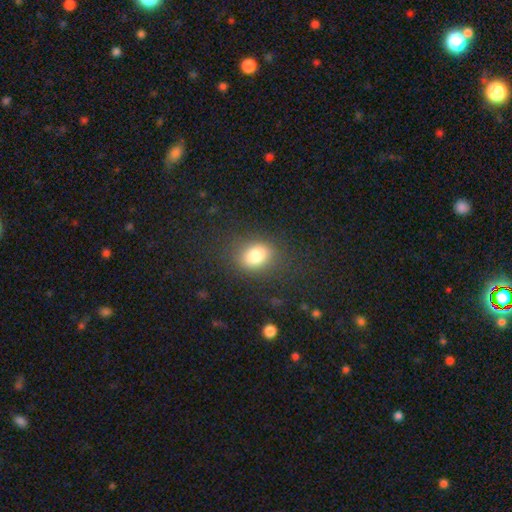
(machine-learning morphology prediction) The model was most divided on "how rounded": in between: 56%, round: 43%, cigar-shaped: 1%. More confident: smooth or featured — smooth (81%); merging — none (80%).